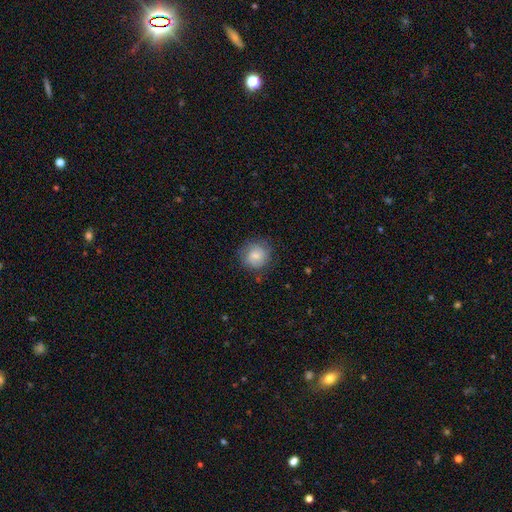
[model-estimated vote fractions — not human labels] smooth-or-featured: smooth: 68% | featured or disk: 24% | star or artifact: 8%
  how-rounded: round: 86% | in between: 13% | cigar-shaped: 1%
  merging: none: 74% | minor disturbance: 18% | major disturbance: 6% | merger: 1%